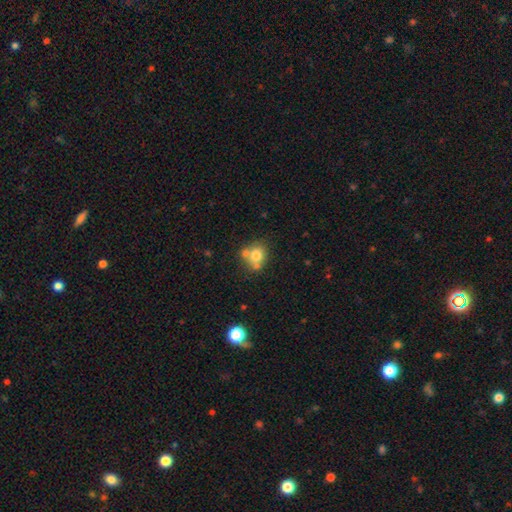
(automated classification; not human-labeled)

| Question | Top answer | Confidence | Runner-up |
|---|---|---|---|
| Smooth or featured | smooth | 72% | featured or disk (16%) |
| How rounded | round | 71% | in between (28%) |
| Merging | none | 48% | merger (33%) |